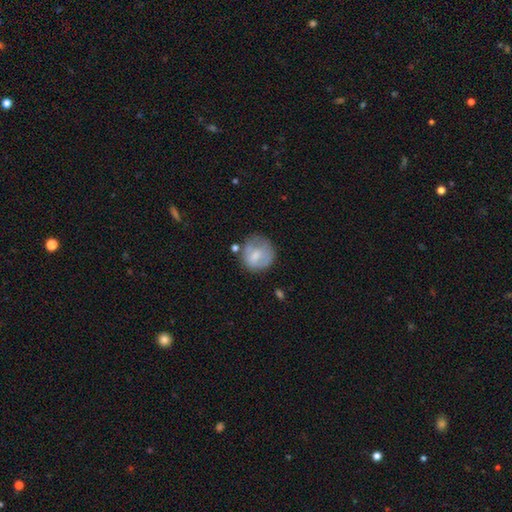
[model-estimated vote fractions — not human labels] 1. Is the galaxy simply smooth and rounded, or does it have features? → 62% smooth, 30% featured or disk, 8% star or artifact.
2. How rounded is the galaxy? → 84% round, 15% in between, 1% cigar-shaped.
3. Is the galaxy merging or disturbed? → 54% none, 25% minor disturbance, 14% major disturbance, 7% merger.